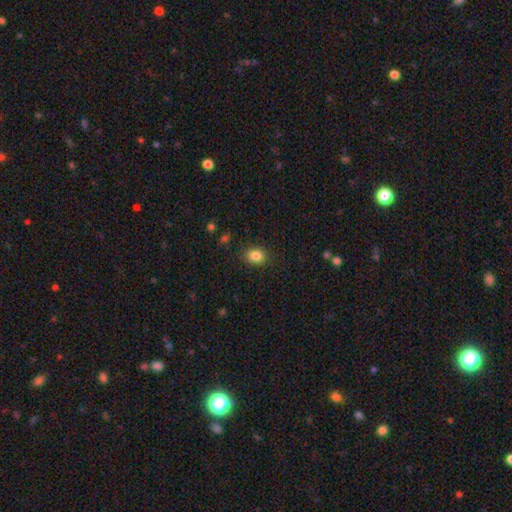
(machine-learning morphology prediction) The model was most divided on "how rounded": in between: 59%, round: 40%, cigar-shaped: 1%. More confident: merging — none (86%); smooth or featured — smooth (85%).